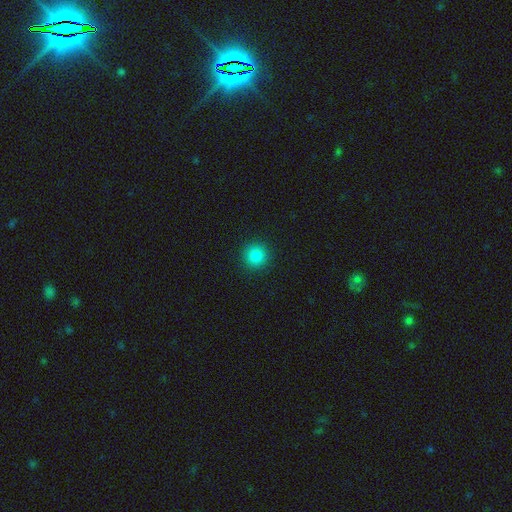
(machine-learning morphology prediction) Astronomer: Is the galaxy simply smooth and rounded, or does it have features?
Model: smooth — 82%.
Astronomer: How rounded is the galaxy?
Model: round — 95%.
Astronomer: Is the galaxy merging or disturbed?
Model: none — 93%.